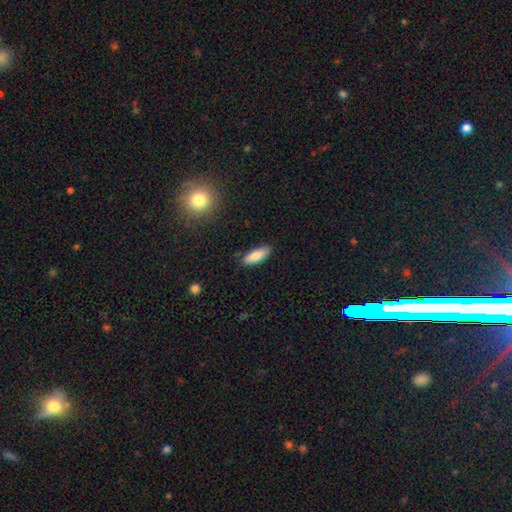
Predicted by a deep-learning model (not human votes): This appears to be a smooth galaxy with no disk features (79%) that is in between round and cigar-shaped (66%). Merging: none (85%).